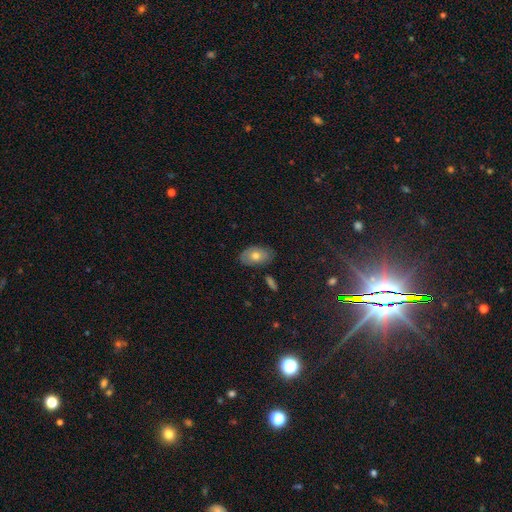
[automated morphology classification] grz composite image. It shows a smooth galaxy with no disk features (66%) that is in between round and cigar-shaped (90%). Merging: none (81%).